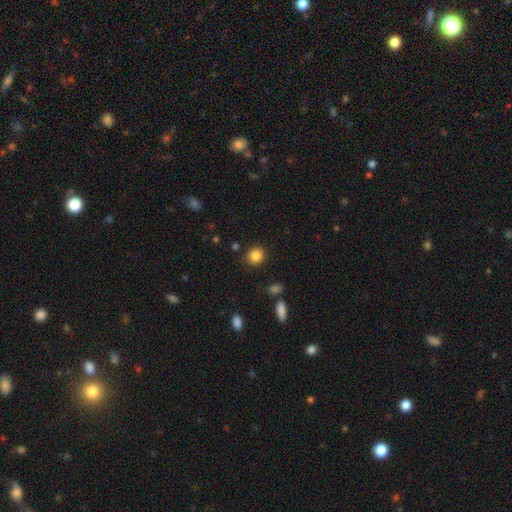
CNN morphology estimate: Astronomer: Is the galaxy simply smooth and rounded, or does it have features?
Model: smooth — 86%.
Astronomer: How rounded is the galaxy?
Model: round — 79%.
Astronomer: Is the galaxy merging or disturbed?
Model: none — 86%.